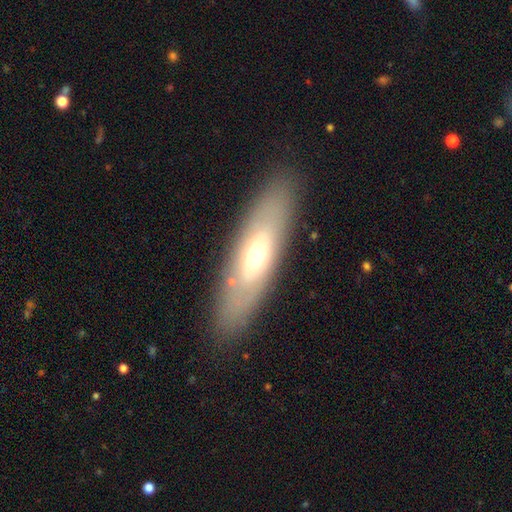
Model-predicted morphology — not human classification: Smooth or featured?
  - smooth: 49% *
  - featured or disk: 43%
  - star or artifact: 8%
Merging?
  - none: 85% *
  - minor disturbance: 10%
  - major disturbance: 4%
  - merger: 2%